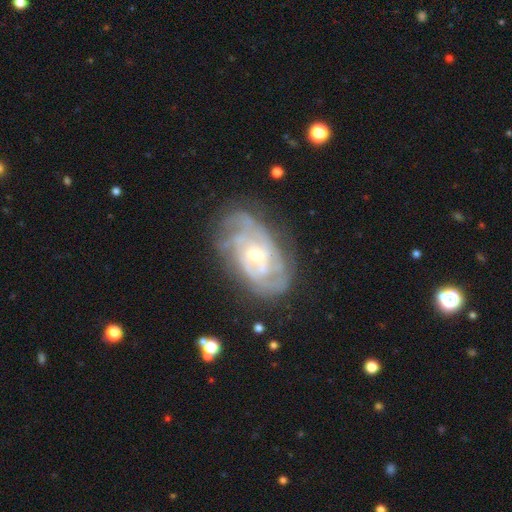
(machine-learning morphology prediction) type=featured or disk (83%); edge-on=no (95%); bar=no (68%); spiral arms=yes (88%); winding=tight (58%); arm count=can't tell (41%); bulge=small (55%); merging=none (64%).